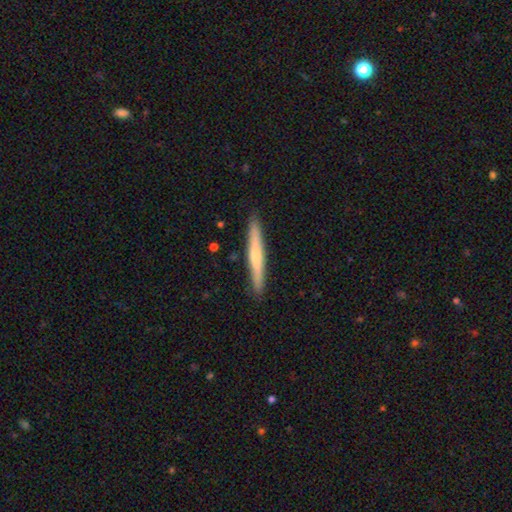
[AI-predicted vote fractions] Smooth or featured?
  - smooth: 55% *
  - featured or disk: 40%
  - star or artifact: 5%
How rounded?
  - cigar-shaped: 96% *
  - in between: 3%
  - round: 1%
Merging?
  - none: 90% *
  - minor disturbance: 7%
  - major disturbance: 1%
  - merger: 1%